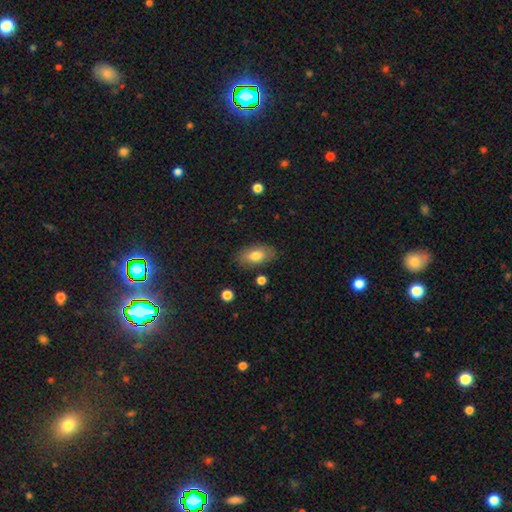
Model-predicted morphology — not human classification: type=smooth (75%); roundness=in between (91%); merging=none (81%).